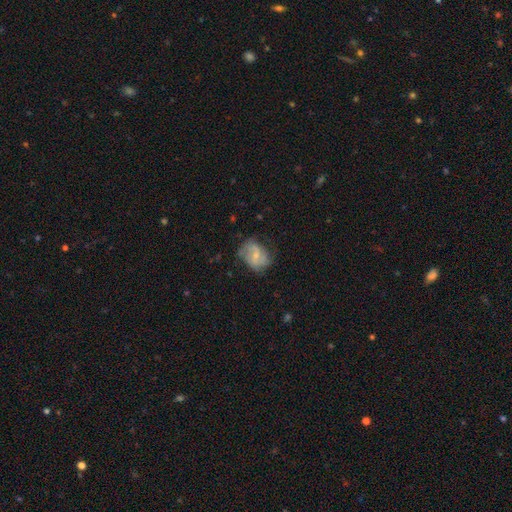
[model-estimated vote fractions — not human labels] A featured or disk galaxy (54%) with a weak bar (48%), spiral arms (78%) and a small central bulge (58%).

Vote fractions:
- Smooth or featured? featured or disk: 54% / smooth: 38% / star or artifact: 7%
- Edge-on disk? no: 97% / yes: 3%
- Bar? weak: 48% / no: 40% / strong: 12%
- Spiral arms? yes: 78% / no: 22%
- Bulge size? small: 58% / moderate: 31% / none: 9% / large: 2% / dominant: 1%
- Merging? none: 56% / minor disturbance: 29% / major disturbance: 14% / merger: 2%